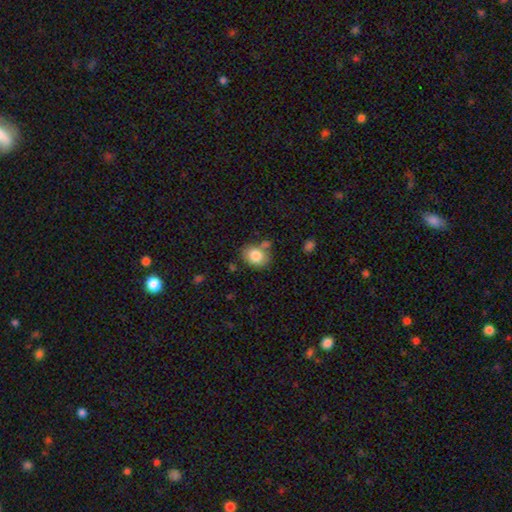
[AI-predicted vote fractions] Q: Smooth or featured?
A: smooth (81%); runner-up: featured or disk (10%)
Q: How rounded?
A: round (52%); runner-up: in between (47%)
Q: Merging?
A: none (64%); runner-up: minor disturbance (18%)